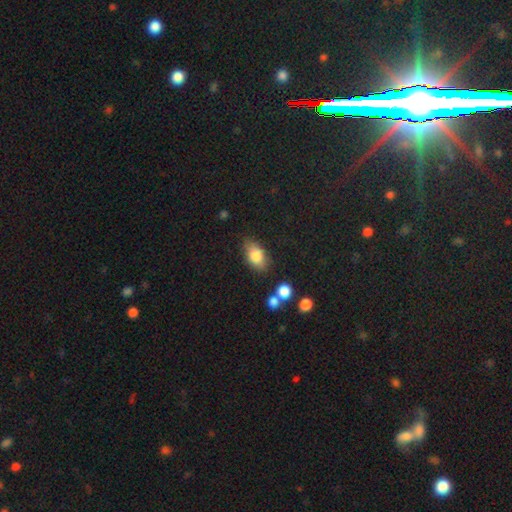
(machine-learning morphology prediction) smooth-or-featured: smooth: 81% | featured or disk: 11% | star or artifact: 8%
  how-rounded: in between: 87% | round: 9% | cigar-shaped: 3%
  merging: none: 78% | minor disturbance: 15% | merger: 4% | major disturbance: 4%